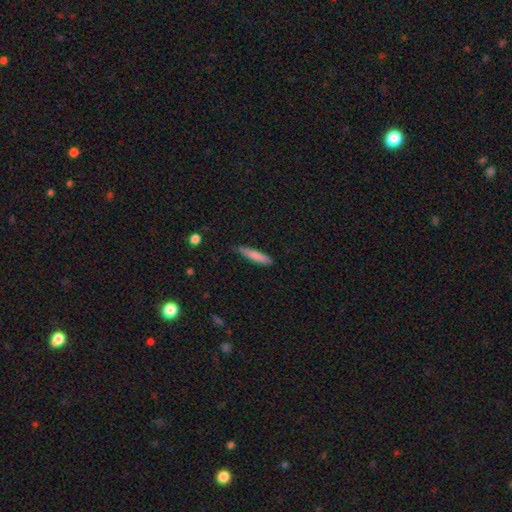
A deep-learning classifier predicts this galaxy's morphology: Smooth or featured?
  - smooth: 78% *
  - featured or disk: 16%
  - star or artifact: 6%
How rounded?
  - cigar-shaped: 89% *
  - in between: 10%
  - round: 1%
Merging?
  - none: 77% *
  - minor disturbance: 19%
  - major disturbance: 3%
  - merger: 2%